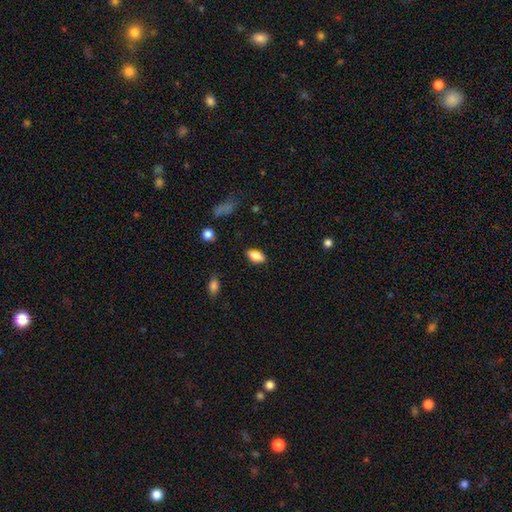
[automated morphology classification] Smooth or featured? smooth (83%)
How rounded? in between (89%)
Merging? none (85%)